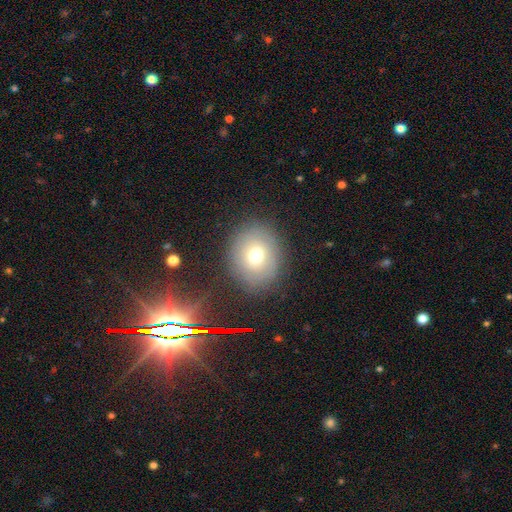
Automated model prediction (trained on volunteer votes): This is likely a smooth galaxy (67%). How rounded: likely round (66%). Merging: clearly none (83%).